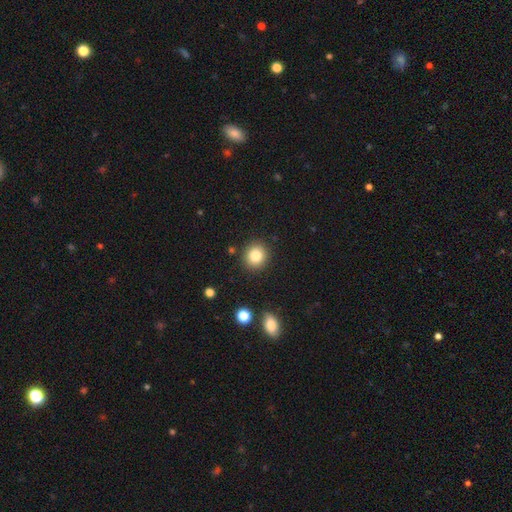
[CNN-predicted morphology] smooth_or_featured: smooth (p=0.83) [alt: star or artifact p=0.10]
how_rounded: round (p=0.87) [alt: in between p=0.12]
merging: none (p=0.90) [alt: minor disturbance p=0.07]